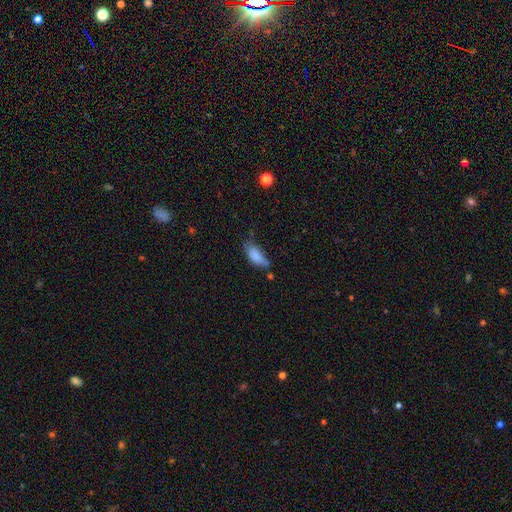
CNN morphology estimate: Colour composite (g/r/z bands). It shows a smooth galaxy with no disk features (82%) that is in between round and cigar-shaped (83%). Merging: minor disturbance (41%).